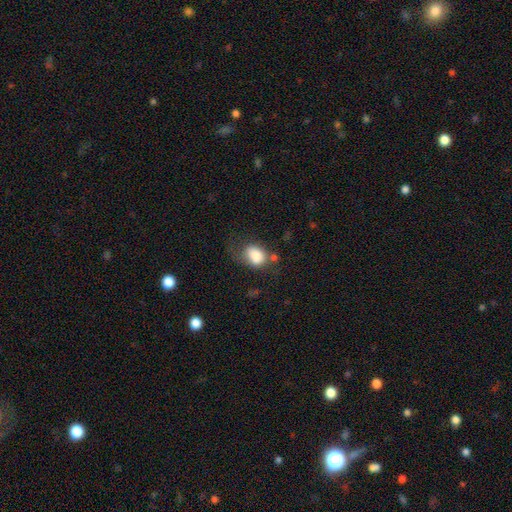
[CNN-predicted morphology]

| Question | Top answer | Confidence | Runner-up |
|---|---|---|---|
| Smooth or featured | smooth | 80% | featured or disk (11%) |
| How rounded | in between | 65% | round (34%) |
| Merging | none | 39% | minor disturbance (28%) |